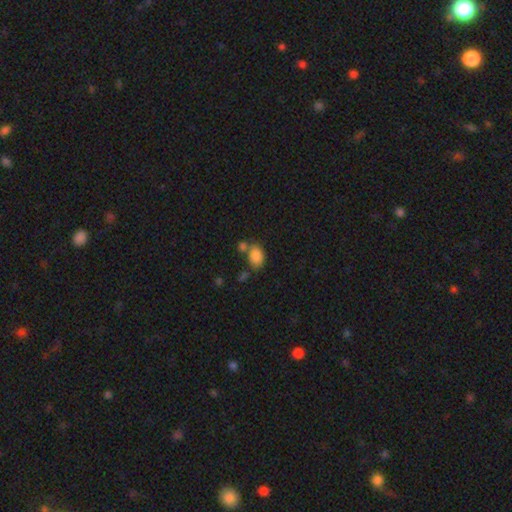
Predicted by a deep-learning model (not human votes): smooth-or-featured: smooth: 85% | star or artifact: 9% | featured or disk: 6%
  how-rounded: in between: 73% | round: 26% | cigar-shaped: 1%
  merging: none: 52% | merger: 28% | minor disturbance: 15% | major disturbance: 5%